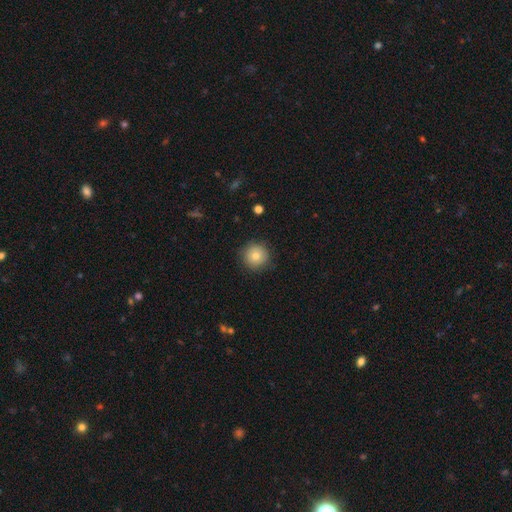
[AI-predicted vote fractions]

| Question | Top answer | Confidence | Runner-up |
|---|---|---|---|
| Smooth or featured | smooth | 78% | featured or disk (12%) |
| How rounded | round | 95% | in between (4%) |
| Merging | none | 87% | minor disturbance (10%) |